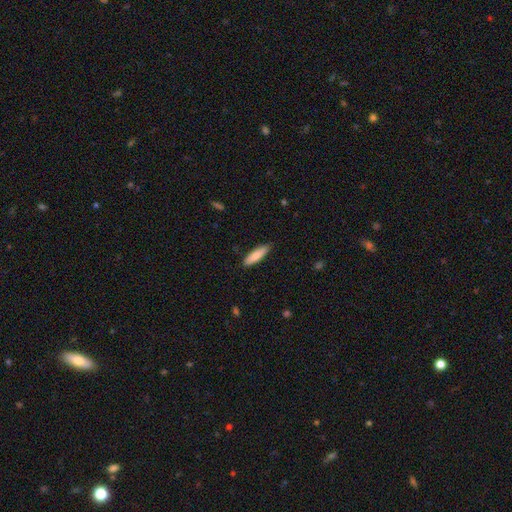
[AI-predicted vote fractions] Morphology: type=smooth (81%); roundness=cigar-shaped (67%); merging=none (87%).